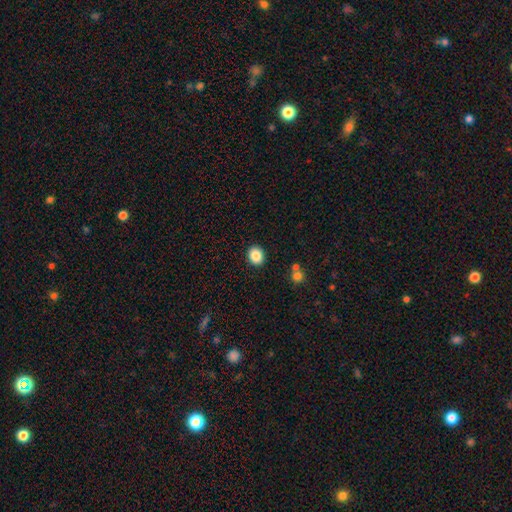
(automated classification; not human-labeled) A smooth galaxy with no disk features (87%) that is round (59%).

Vote fractions:
- Smooth or featured? smooth: 87% / star or artifact: 9% / featured or disk: 5%
- How rounded? round: 59% / in between: 40% / cigar-shaped: 1%
- Merging? none: 90% / minor disturbance: 6% / major disturbance: 2% / merger: 2%